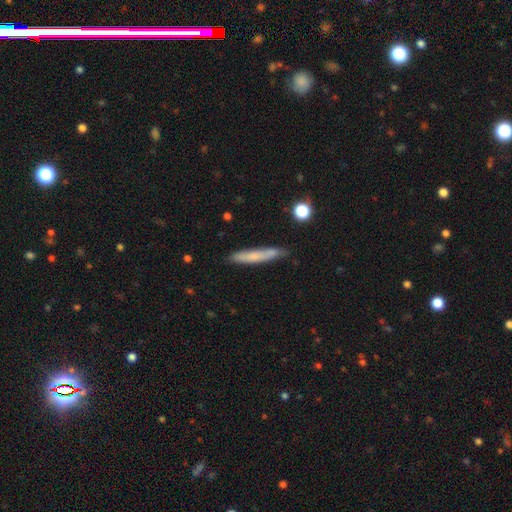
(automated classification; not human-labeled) Overall: smooth (65%; featured or disk 28%). How rounded: cigar-shaped (94%). Merging: none (79%).